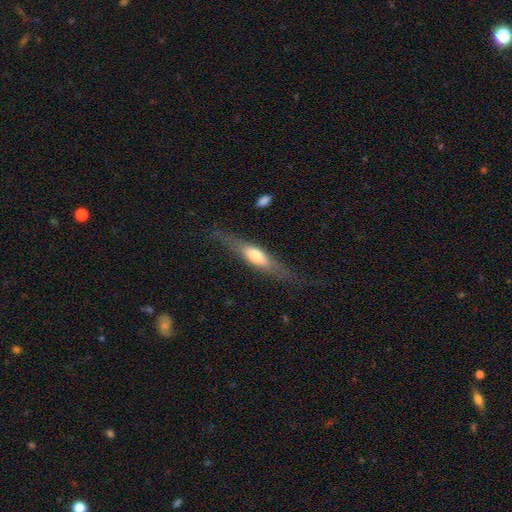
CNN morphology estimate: Smooth or featured?
  - featured or disk: 50% *
  - smooth: 44%
  - star or artifact: 6%
Edge-on disk?
  - yes: 87% *
  - no: 13%
Merging?
  - none: 75% *
  - minor disturbance: 16%
  - major disturbance: 7%
  - merger: 2%